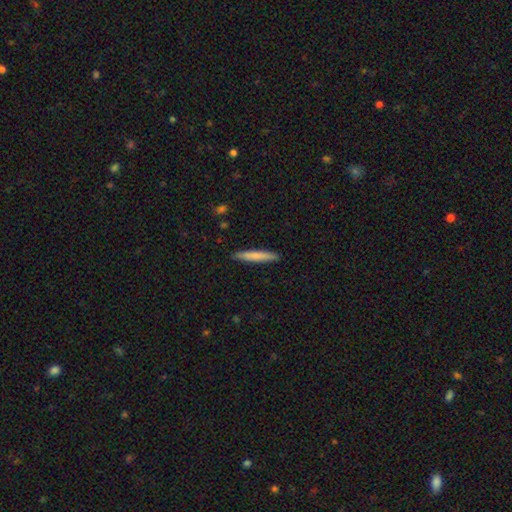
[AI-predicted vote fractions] Smooth or featured? Predicted: smooth (p=0.75). How rounded? Predicted: cigar-shaped (p=0.95). Merging? Predicted: none (p=0.91).